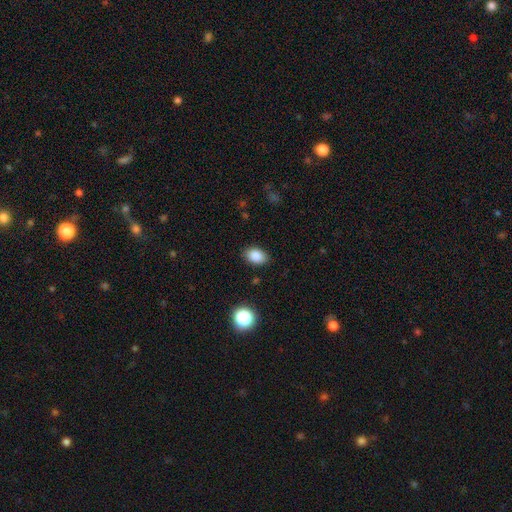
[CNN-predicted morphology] A smooth galaxy with no disk features (86%) that is in between round and cigar-shaped (82%). Merging: none (87%).